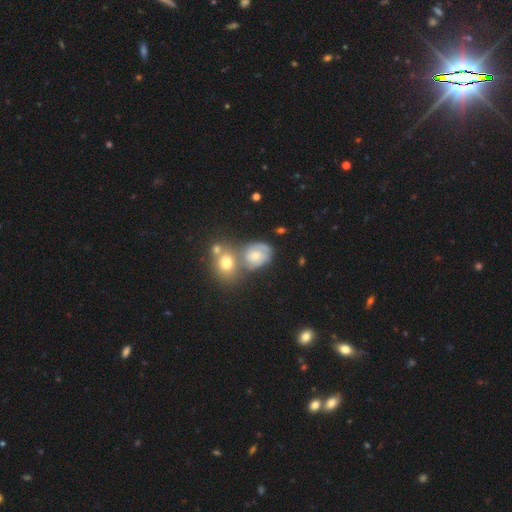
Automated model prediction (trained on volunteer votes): The model was most divided on "merging": none: 37%, merger: 35%, minor disturbance: 18%, major disturbance: 10%. Remaining: smooth or featured — featured or disk (46%).